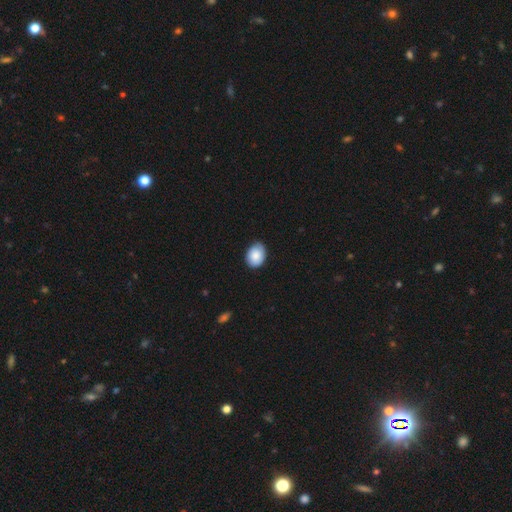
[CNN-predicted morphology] type=smooth (85%); roundness=in between (71%); merging=none (79%).